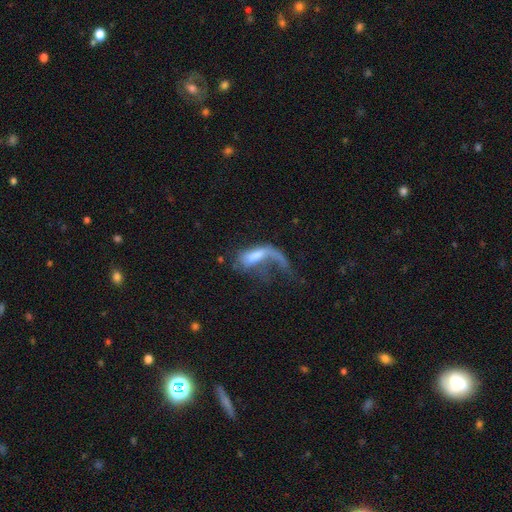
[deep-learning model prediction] smooth_or_featured: featured or disk (p=0.55) [alt: smooth p=0.36]
disk_edge_on: no (p=0.88) [alt: yes p=0.12]
merging: major disturbance (p=0.60) [alt: none p=0.19]